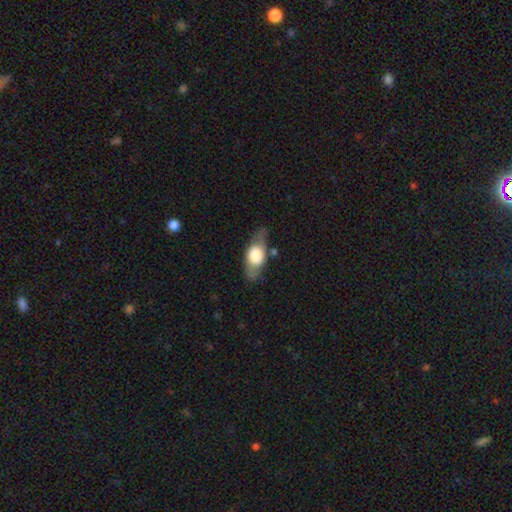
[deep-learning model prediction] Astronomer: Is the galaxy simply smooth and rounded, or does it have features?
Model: smooth — 52% (runner-up: featured or disk, 41%).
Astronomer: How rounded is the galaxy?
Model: in between — 77%.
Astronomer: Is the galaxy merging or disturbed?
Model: none — 72%.